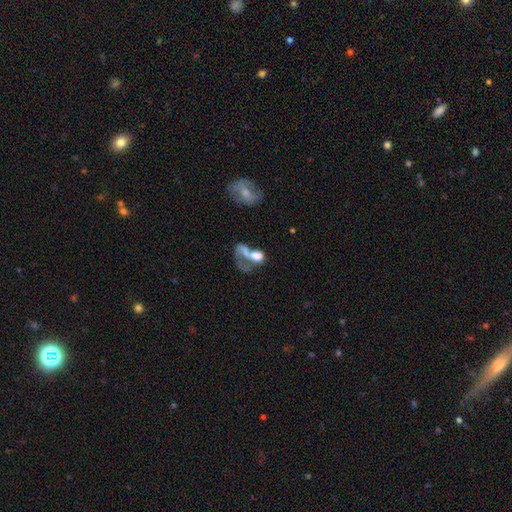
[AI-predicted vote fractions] A smooth galaxy with no disk features (50%). Merging: merger (48%).